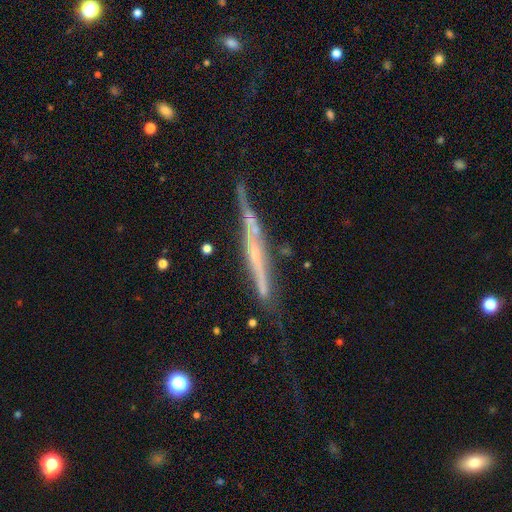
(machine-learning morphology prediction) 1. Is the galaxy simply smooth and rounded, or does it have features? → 75% featured or disk, 17% smooth, 7% star or artifact.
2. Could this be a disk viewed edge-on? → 94% yes, 6% no.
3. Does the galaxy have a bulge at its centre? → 59% none, 32% rounded, 10% boxy.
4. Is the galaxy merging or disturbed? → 60% none, 27% minor disturbance, 8% major disturbance, 5% merger.